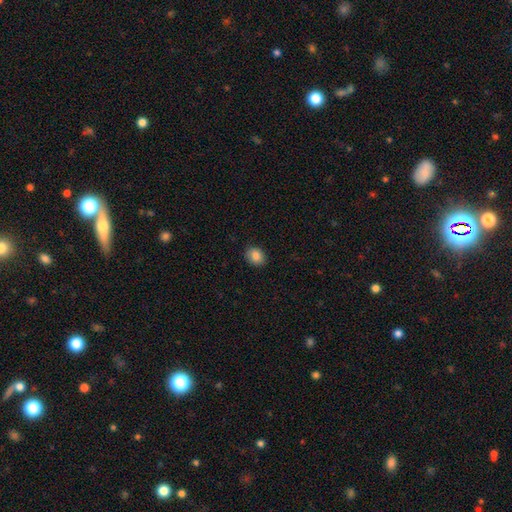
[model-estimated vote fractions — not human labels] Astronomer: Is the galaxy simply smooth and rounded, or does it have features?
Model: smooth — 86%.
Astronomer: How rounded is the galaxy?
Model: round — 51% (runner-up: in between, 48%).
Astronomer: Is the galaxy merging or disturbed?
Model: none — 90%.